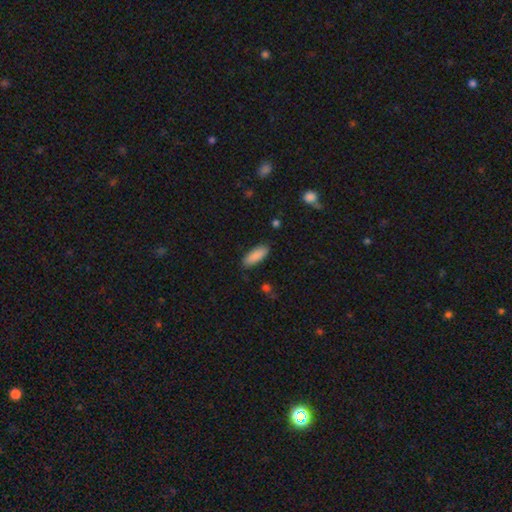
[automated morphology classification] A smooth galaxy with no disk features (88%) that is in between round and cigar-shaped (72%).

Vote fractions:
- Smooth or featured? smooth: 88% / star or artifact: 6% / featured or disk: 6%
- How rounded? in between: 72% / cigar-shaped: 27% / round: 2%
- Merging? none: 86% / minor disturbance: 11% / major disturbance: 2% / merger: 1%